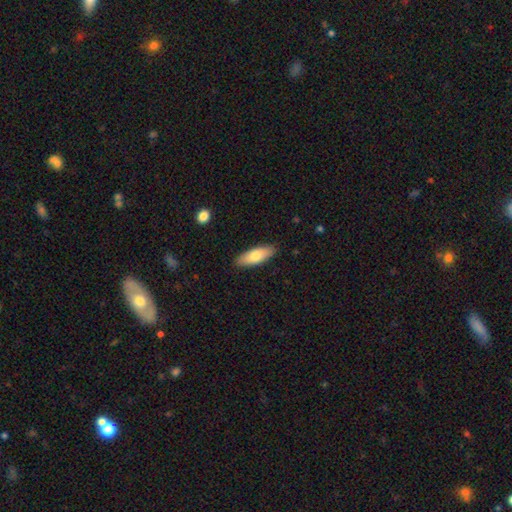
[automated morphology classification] Smooth or featured? smooth (74%)
How rounded? in between (68%)
Merging? none (88%)